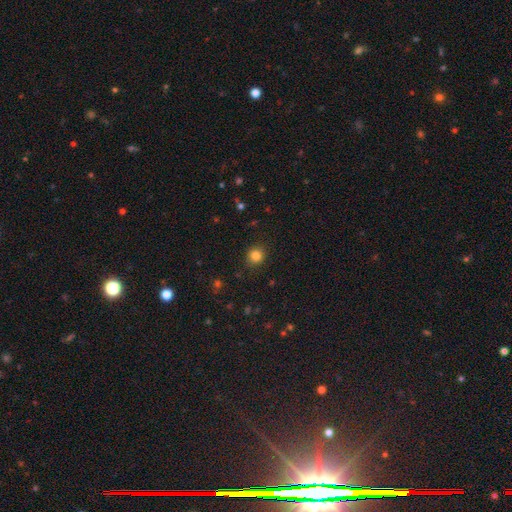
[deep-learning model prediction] Q: Smooth or featured?
A: smooth (83%); runner-up: star or artifact (12%)
Q: How rounded?
A: round (87%); runner-up: in between (12%)
Q: Merging?
A: none (88%); runner-up: minor disturbance (8%)